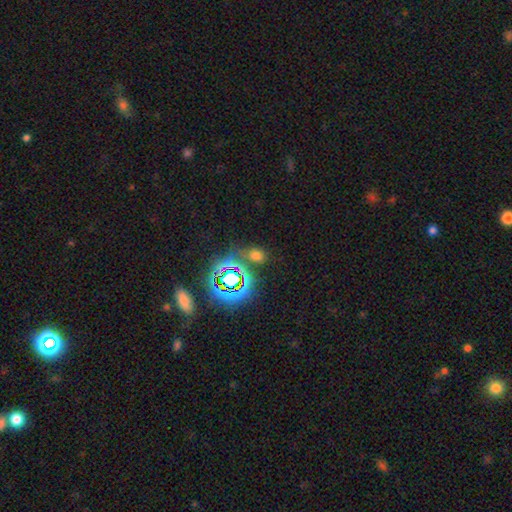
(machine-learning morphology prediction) smooth 51%, star or artifact 41%, featured or disk 8%. Down the decision tree: how rounded — in between (54%); merging — none (73%).